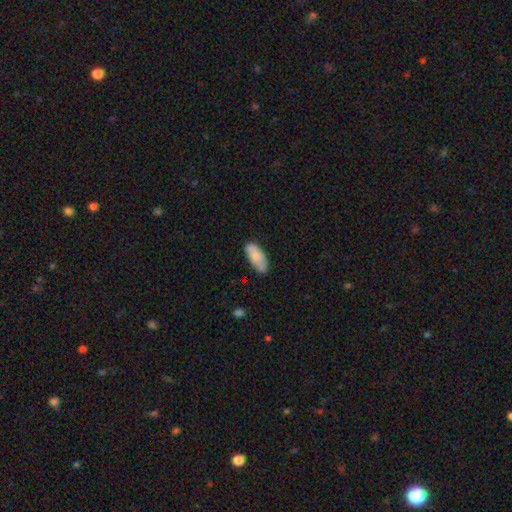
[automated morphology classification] type=smooth (79%); roundness=in between (86%); merging=none (76%).